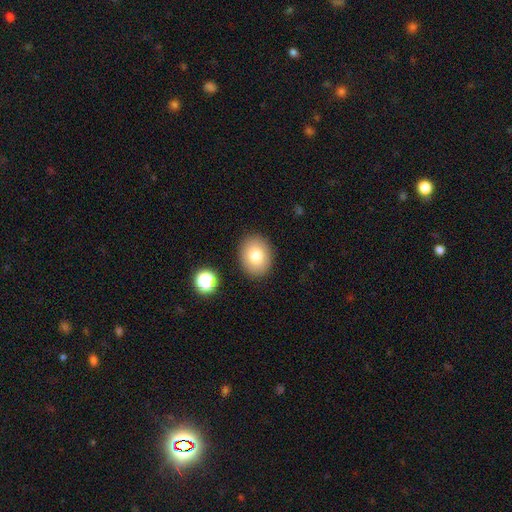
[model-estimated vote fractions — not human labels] Smooth or featured?
  - smooth: 79% *
  - featured or disk: 11%
  - star or artifact: 10%
How rounded?
  - round: 52% *
  - in between: 47%
  - cigar-shaped: 1%
Merging?
  - none: 88% *
  - minor disturbance: 8%
  - major disturbance: 2%
  - merger: 2%